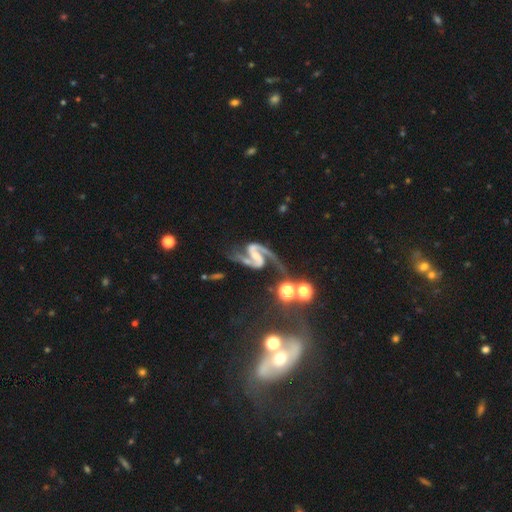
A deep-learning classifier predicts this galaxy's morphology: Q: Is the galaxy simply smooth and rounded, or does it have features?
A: featured or disk — 93%.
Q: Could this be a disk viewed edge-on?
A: no — 98%.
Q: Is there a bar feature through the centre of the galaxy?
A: strong — 41%.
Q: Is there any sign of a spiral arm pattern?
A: yes — 98%.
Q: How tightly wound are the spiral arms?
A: medium — 49%.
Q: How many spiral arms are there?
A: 2 — 94%.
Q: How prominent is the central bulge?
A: small — 47%.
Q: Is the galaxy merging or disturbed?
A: none — 56%.